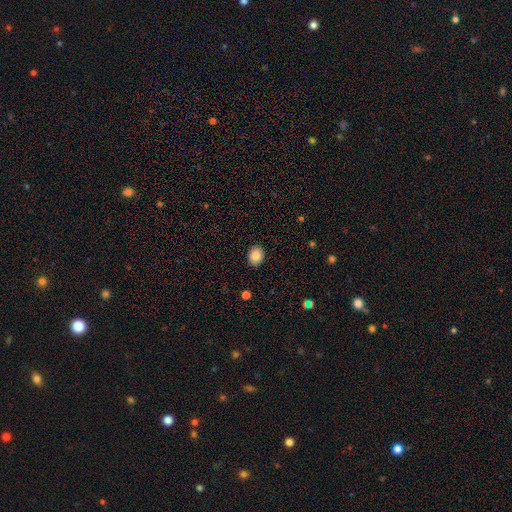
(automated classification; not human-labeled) smooth-or-featured: smooth: 86% | star or artifact: 8% | featured or disk: 6%
  how-rounded: in between: 50% (tied) | round: 50% (tied) | cigar-shaped: 1%
  merging: none: 89% | minor disturbance: 8% | major disturbance: 2% | merger: 1%